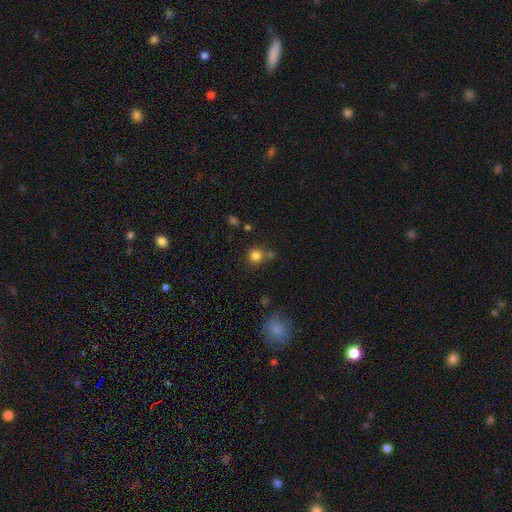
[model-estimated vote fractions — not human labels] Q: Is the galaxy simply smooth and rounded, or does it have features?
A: smooth — 82%.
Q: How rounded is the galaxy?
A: round — 92%.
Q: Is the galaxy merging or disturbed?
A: none — 70%.